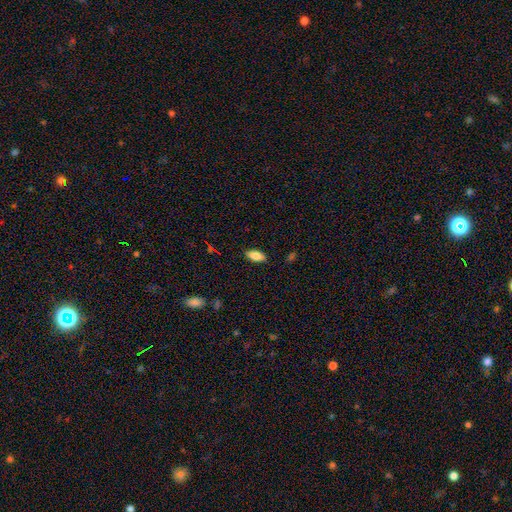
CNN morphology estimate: This is clearly a smooth galaxy (82%). How rounded: clearly in between (88%). Merging: clearly none (87%).